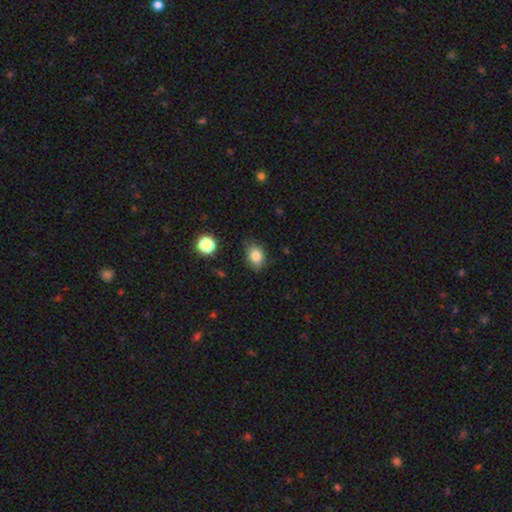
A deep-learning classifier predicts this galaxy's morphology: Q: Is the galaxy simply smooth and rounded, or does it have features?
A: smooth — 82%.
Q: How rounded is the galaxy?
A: in between — 69%.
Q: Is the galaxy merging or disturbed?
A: none — 73%.